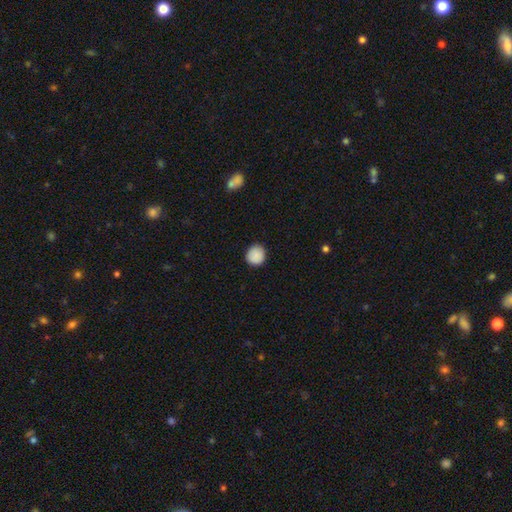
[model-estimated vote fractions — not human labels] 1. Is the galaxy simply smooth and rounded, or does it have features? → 88% smooth, 8% star or artifact, 4% featured or disk.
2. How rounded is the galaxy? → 88% round, 11% in between, 1% cigar-shaped.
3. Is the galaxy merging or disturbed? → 89% none, 9% minor disturbance, 2% major disturbance, 1% merger.